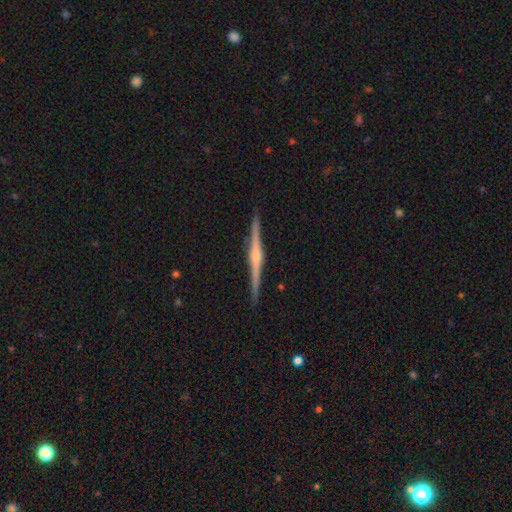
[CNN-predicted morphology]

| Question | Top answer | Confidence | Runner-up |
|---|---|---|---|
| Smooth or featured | featured or disk | 83% | smooth (12%) |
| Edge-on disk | yes | 99% | no (1%) |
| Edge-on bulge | rounded | 73% | boxy (15%) |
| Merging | none | 92% | minor disturbance (6%) |